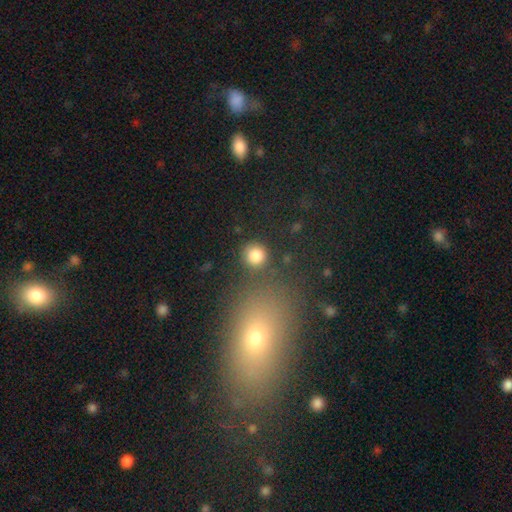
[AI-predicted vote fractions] Q: Smooth or featured?
A: smooth (83%); runner-up: star or artifact (11%)
Q: How rounded?
A: round (90%); runner-up: in between (9%)
Q: Merging?
A: none (82%); runner-up: minor disturbance (9%)